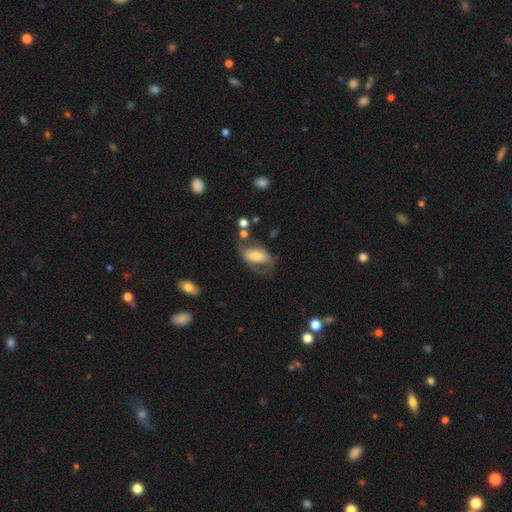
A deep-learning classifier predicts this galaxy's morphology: This appears to be a smooth galaxy with no disk features (52%) that is in between round and cigar-shaped (88%). Merging: none (47%).